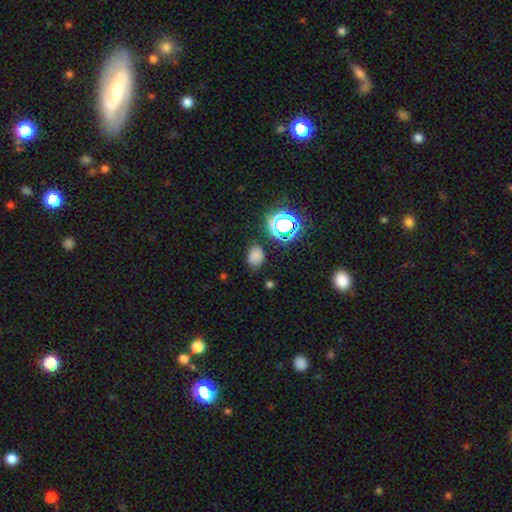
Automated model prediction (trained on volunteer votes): The model was most divided on "how rounded": in between: 69%, round: 30%, cigar-shaped: 1%. More confident: merging — none (79%); smooth or featured — smooth (71%).